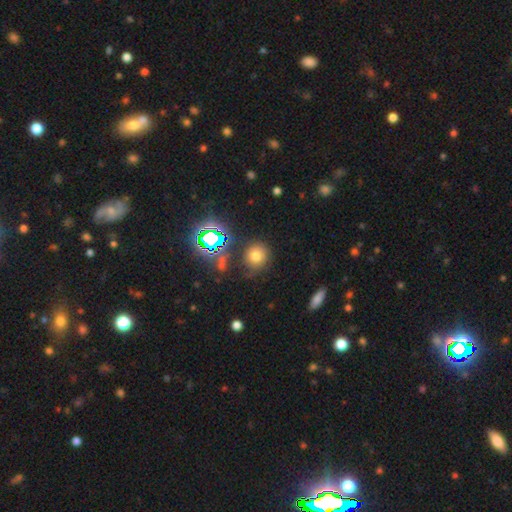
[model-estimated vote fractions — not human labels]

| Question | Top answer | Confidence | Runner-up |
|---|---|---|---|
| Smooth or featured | smooth | 67% | star or artifact (23%) |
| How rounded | round | 87% | in between (12%) |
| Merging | none | 73% | minor disturbance (16%) |